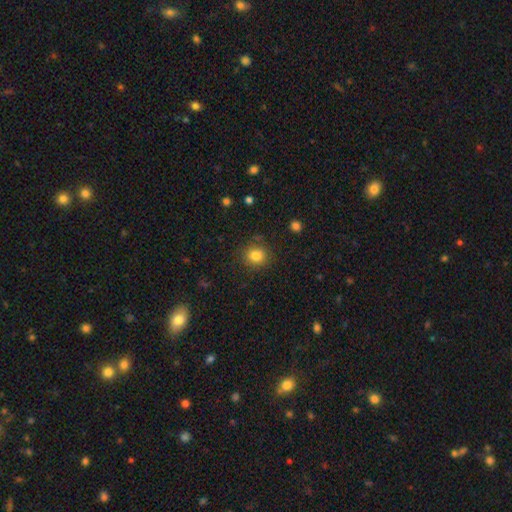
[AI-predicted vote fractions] smooth 82%, star or artifact 11%, featured or disk 6%. Down the decision tree: how rounded — round (85%); merging — none (86%).